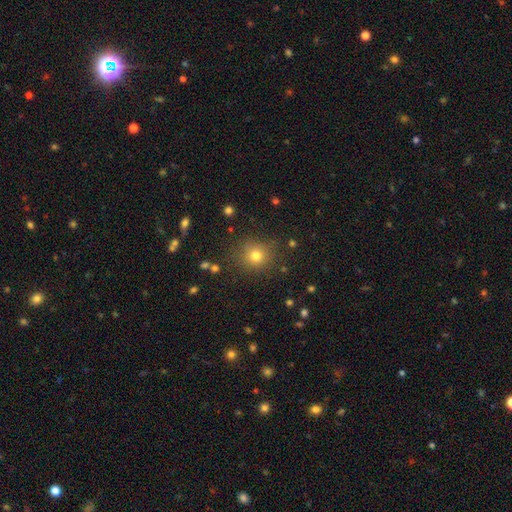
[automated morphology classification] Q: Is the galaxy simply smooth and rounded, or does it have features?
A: smooth — 76%.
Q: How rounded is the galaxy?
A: round — 90%.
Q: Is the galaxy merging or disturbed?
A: none — 84%.